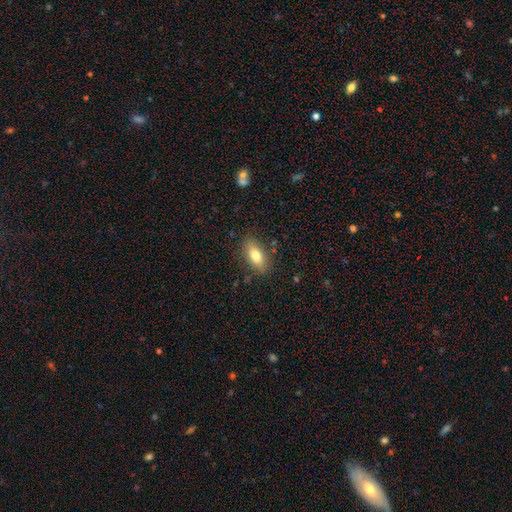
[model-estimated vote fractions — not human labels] Overall: smooth (76%). How rounded: in between (83%). Merging: none (84%).